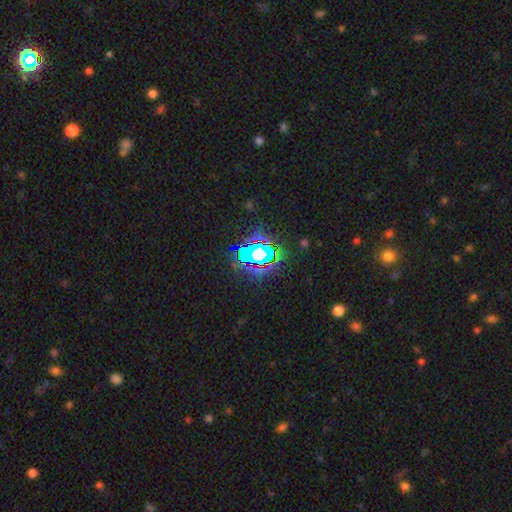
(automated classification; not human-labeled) Morphology: type=star or artifact (68%).